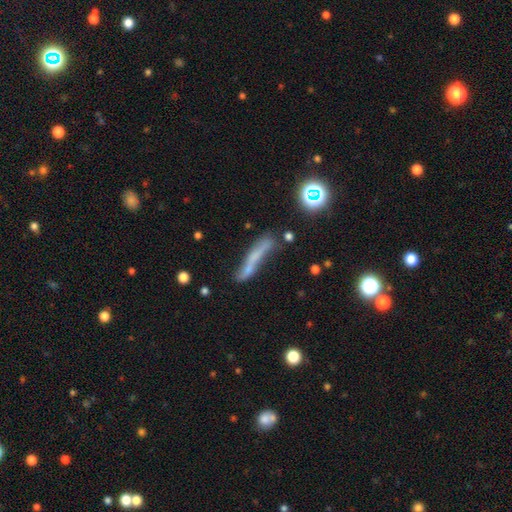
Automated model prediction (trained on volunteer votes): This appears to be a smooth galaxy with no disk features (48%). Merging: none (48%).